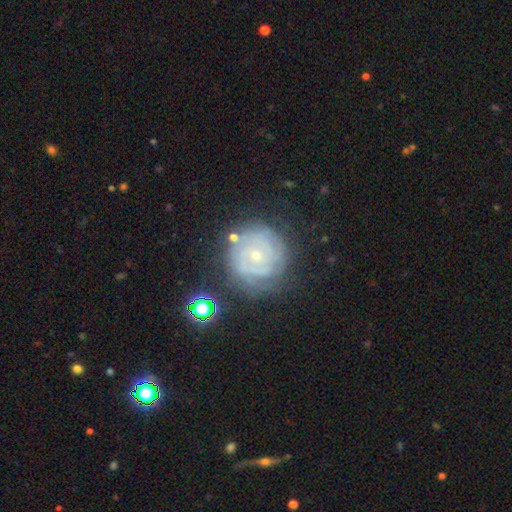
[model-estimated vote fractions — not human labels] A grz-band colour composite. It shows a featured or disk galaxy (76%) with no bar (75%), tight (77%) spiral arms (88%) and a small central bulge (68%). Merging: none (71%).